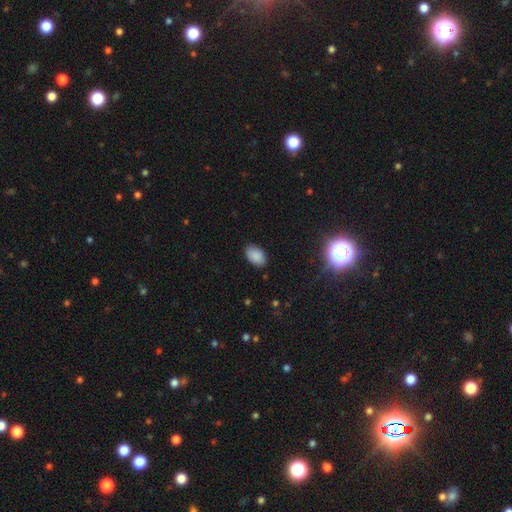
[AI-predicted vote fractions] Morphology: type=smooth (87%); roundness=in between (90%); merging=none (86%).